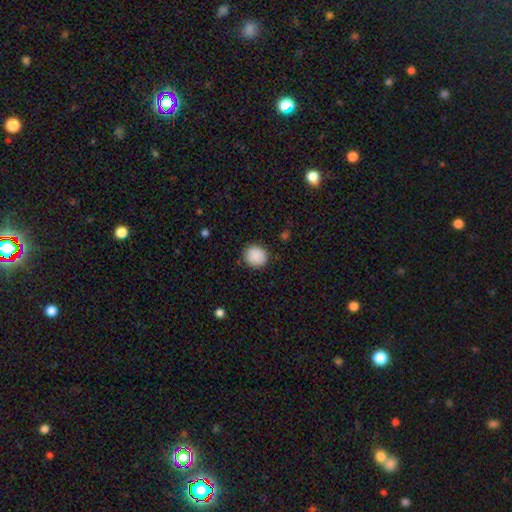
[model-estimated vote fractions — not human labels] smooth 89%, star or artifact 8%, featured or disk 3%. Down the decision tree: how rounded — round (86%); merging — none (89%).